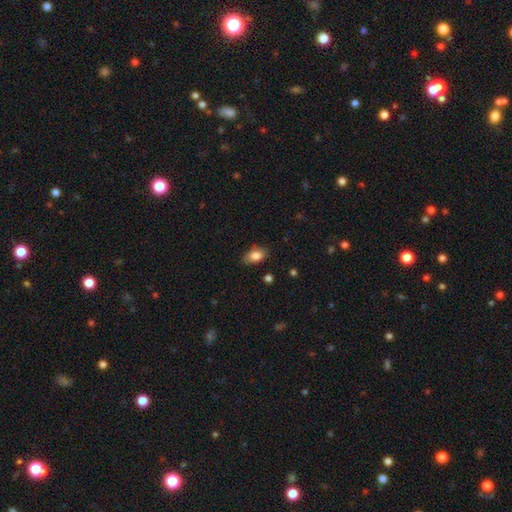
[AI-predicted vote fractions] Morphology: type=smooth (82%); roundness=in between (88%); merging=none (78%).